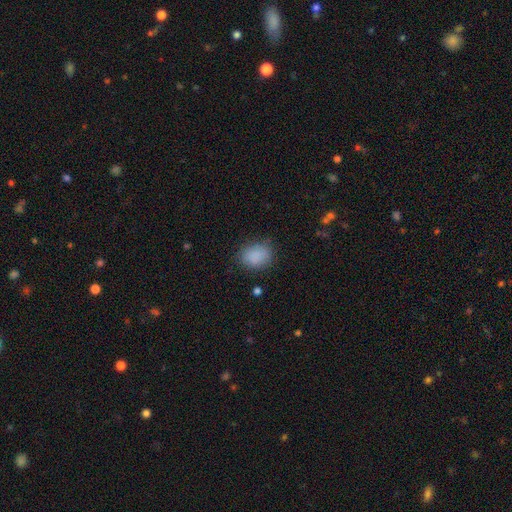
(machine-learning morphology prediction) A smooth galaxy with no disk features (86%) that is in between round and cigar-shaped (59%). Merging: none (75%).